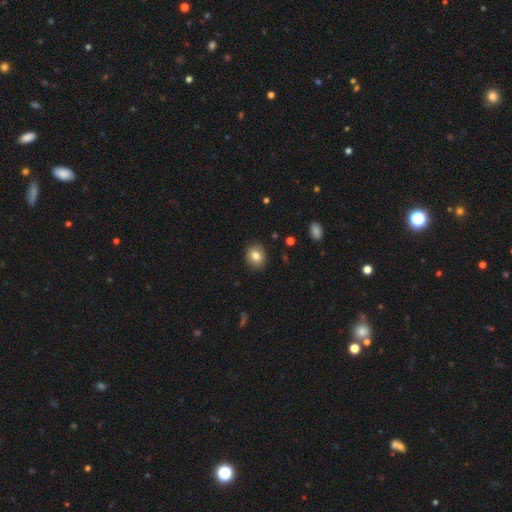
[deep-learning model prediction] Overall: smooth (80%). How rounded: round (54%; in between 45%). Merging: none (87%).